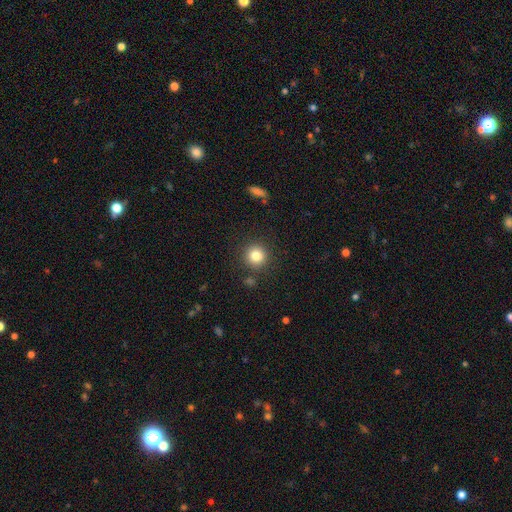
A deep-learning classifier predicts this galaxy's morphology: A smooth galaxy with no disk features (82%) that is round (93%). Merging: none (87%).